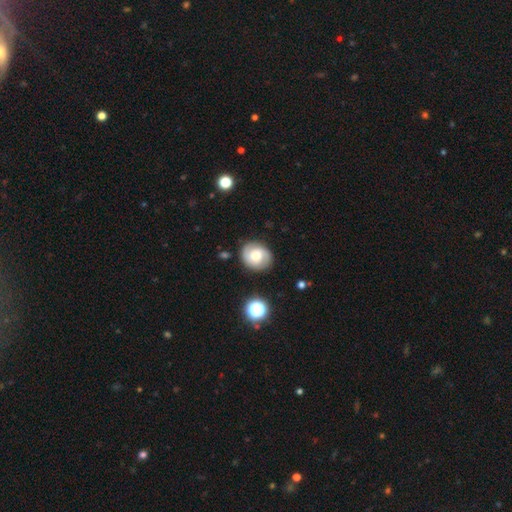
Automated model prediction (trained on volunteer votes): Smooth or featured: featured or disk — 51% (smooth — 40%)
Edge-on disk: no — 97% (yes — 3%)
Merging: none — 83% (minor disturbance — 12%)